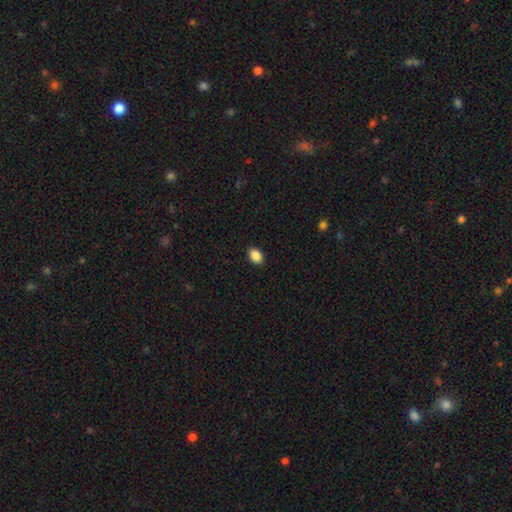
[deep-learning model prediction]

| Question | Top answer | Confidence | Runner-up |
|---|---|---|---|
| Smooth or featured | smooth | 88% | star or artifact (8%) |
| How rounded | in between | 84% | round (14%) |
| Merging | none | 90% | minor disturbance (8%) |